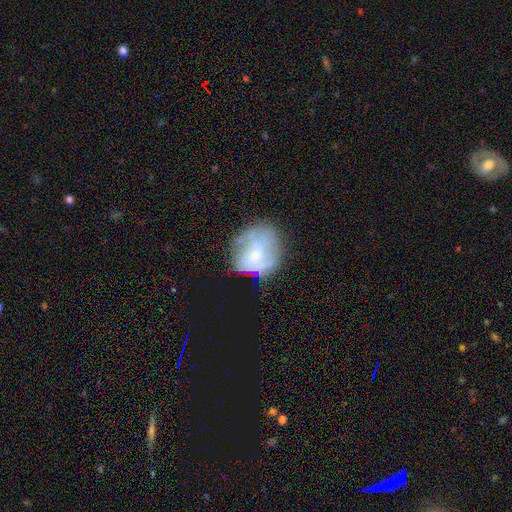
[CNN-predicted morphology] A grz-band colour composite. It shows a featured or disk galaxy (57%) with no bar (72%), spiral arms (55%) and a small central bulge (61%). Merging: none (52%).